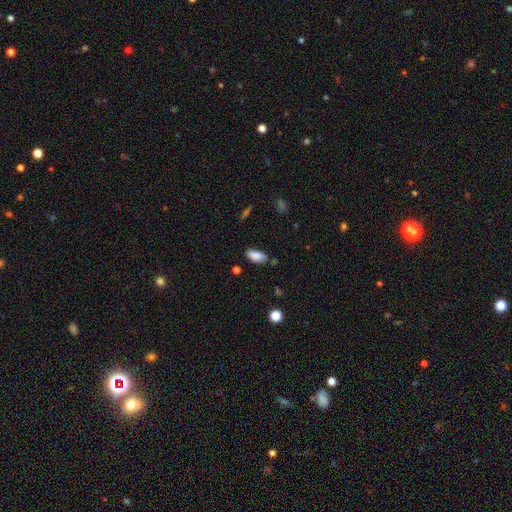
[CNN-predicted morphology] The model was most divided on "merging": none: 77%, minor disturbance: 16%, merger: 4%, major disturbance: 3%. More confident: smooth or featured — smooth (87%); how rounded — in between (87%).